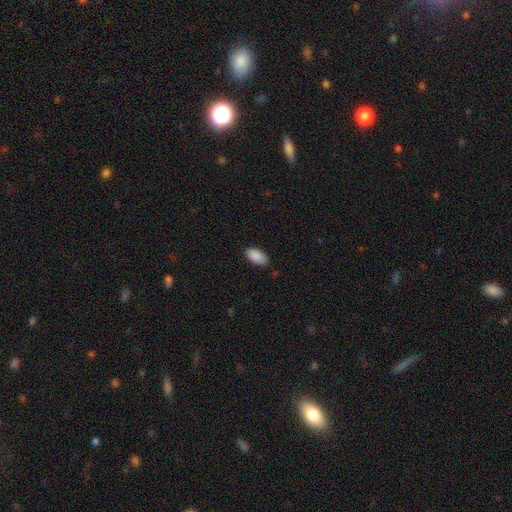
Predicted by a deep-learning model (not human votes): Smooth or featured?
  - smooth: 89% *
  - star or artifact: 6%
  - featured or disk: 4%
How rounded?
  - in between: 94% *
  - cigar-shaped: 4%
  - round: 2%
Merging?
  - none: 80% *
  - minor disturbance: 16%
  - major disturbance: 3%
  - merger: 1%